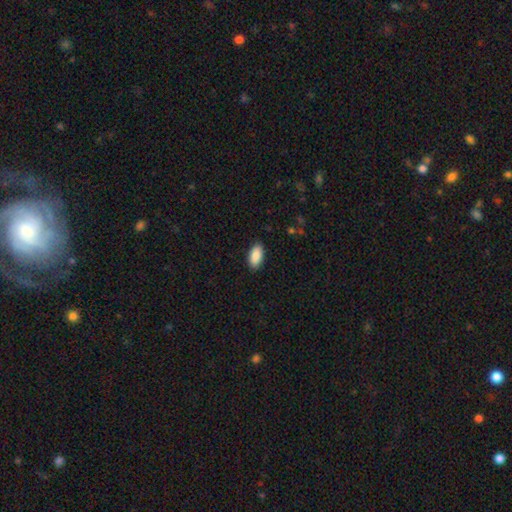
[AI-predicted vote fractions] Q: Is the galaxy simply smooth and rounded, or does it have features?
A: smooth — 90%.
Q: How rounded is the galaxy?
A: in between — 93%.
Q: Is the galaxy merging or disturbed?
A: none — 89%.